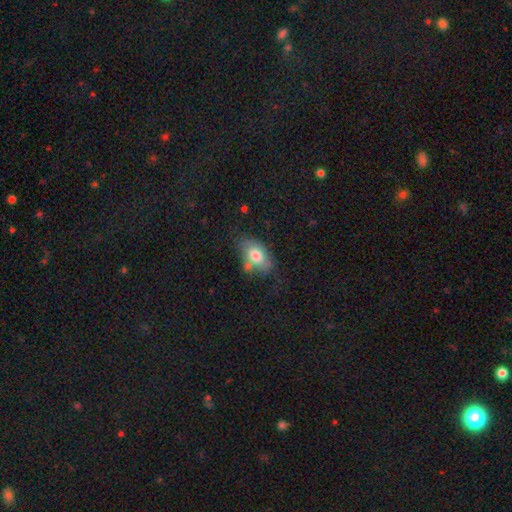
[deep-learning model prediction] smooth_or_featured: smooth (p=0.73) [alt: featured or disk p=0.20]
how_rounded: in between (p=0.90) [alt: round p=0.09]
merging: none (p=0.50) [alt: minor disturbance p=0.27]